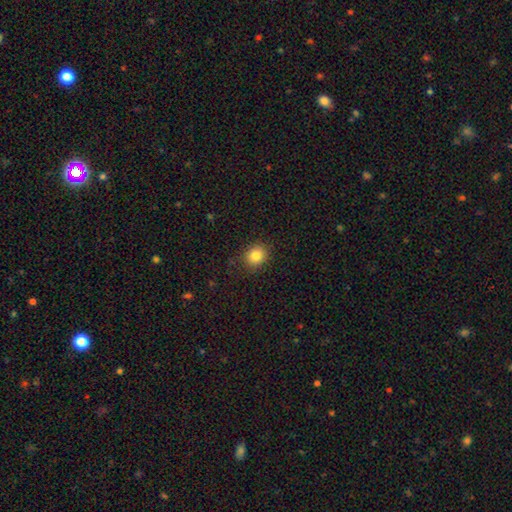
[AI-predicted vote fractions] Smooth or featured: smooth — 83% (star or artifact — 11%)
How rounded: round — 73% (in between — 26%)
Merging: none — 86% (minor disturbance — 10%)